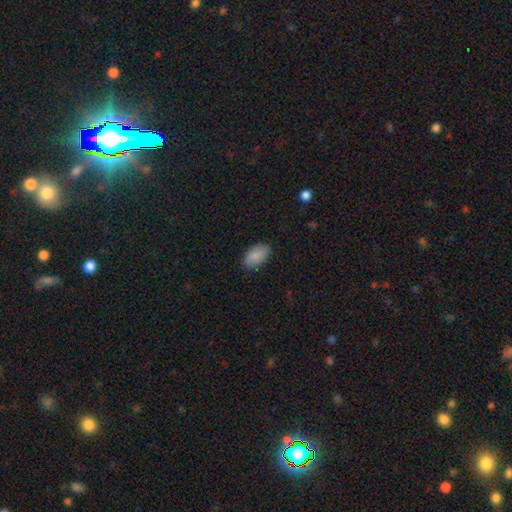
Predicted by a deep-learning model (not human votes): smooth_or_featured: smooth (p=0.88) [alt: star or artifact p=0.06]
how_rounded: in between (p=0.94) [alt: round p=0.04]
merging: none (p=0.85) [alt: minor disturbance p=0.12]